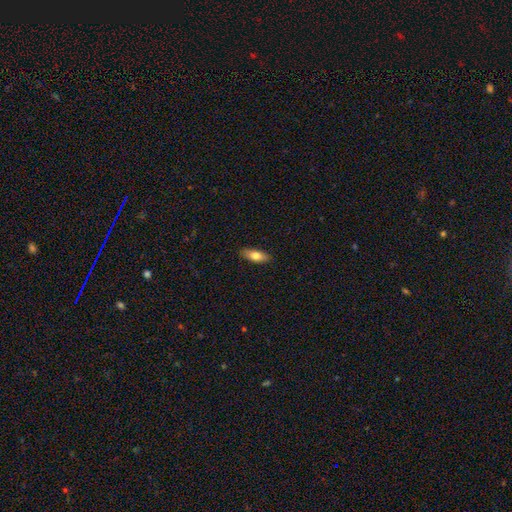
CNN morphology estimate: Smooth or featured? Predicted: smooth (p=0.73). How rounded? Predicted: in between (p=0.71). Merging? Predicted: none (p=0.88).